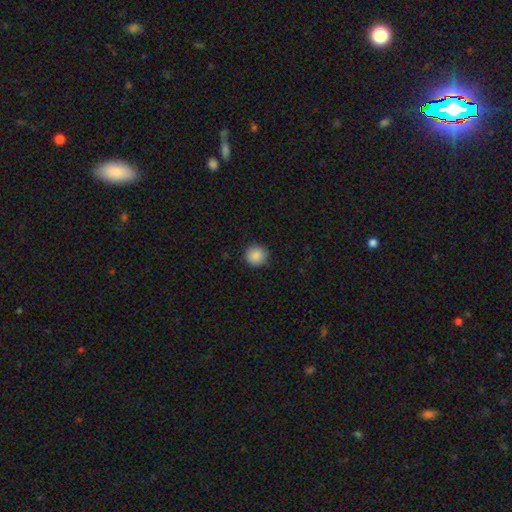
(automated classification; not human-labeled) Smooth or featured?
  - smooth: 88% *
  - star or artifact: 9%
  - featured or disk: 3%
How rounded?
  - round: 94% *
  - in between: 5%
  - cigar-shaped: 1%
Merging?
  - none: 90% *
  - minor disturbance: 7%
  - major disturbance: 2%
  - merger: 1%